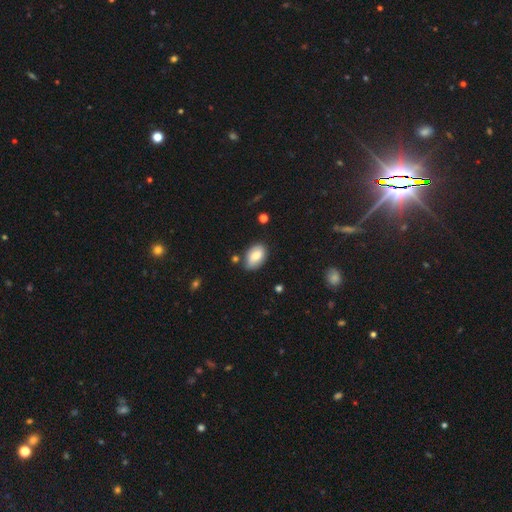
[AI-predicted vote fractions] smooth 79%, featured or disk 14%, star or artifact 7%. Down the decision tree: how rounded — in between (89%); merging — none (72%).